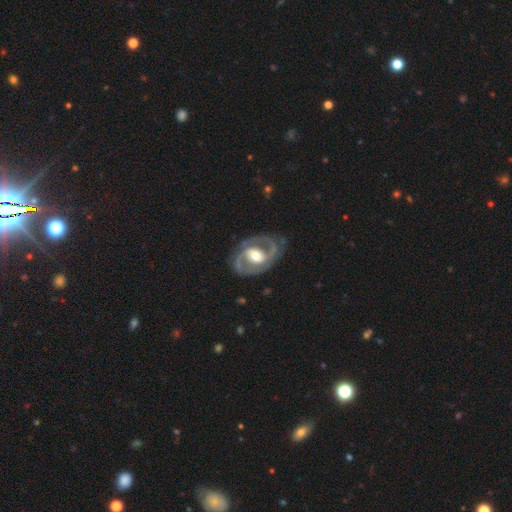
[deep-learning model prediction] The model was most divided on "bar": weak: 39%, no: 35%, strong: 26%. More confident: edge-on disk — no (97%); spiral arms — yes (90%); spiral arm count — 2 (90%); smooth or featured — featured or disk (87%); merging — none (77%); bulge size — moderate (66%); spiral winding — medium (54%).